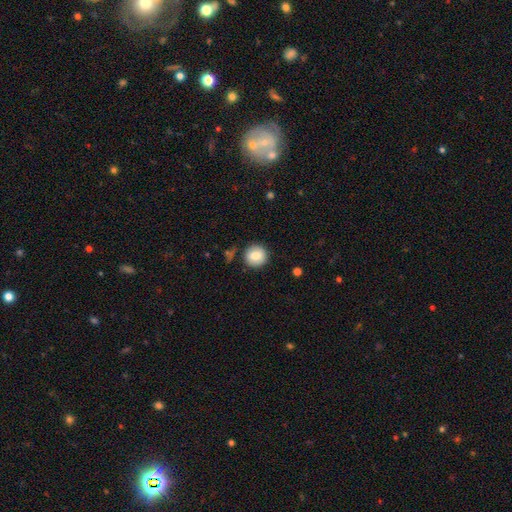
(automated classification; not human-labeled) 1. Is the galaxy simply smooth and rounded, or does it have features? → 81% smooth, 11% featured or disk, 8% star or artifact.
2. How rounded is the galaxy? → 94% round, 5% in between, 1% cigar-shaped.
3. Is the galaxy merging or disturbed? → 86% none, 9% minor disturbance, 2% major disturbance, 2% merger.